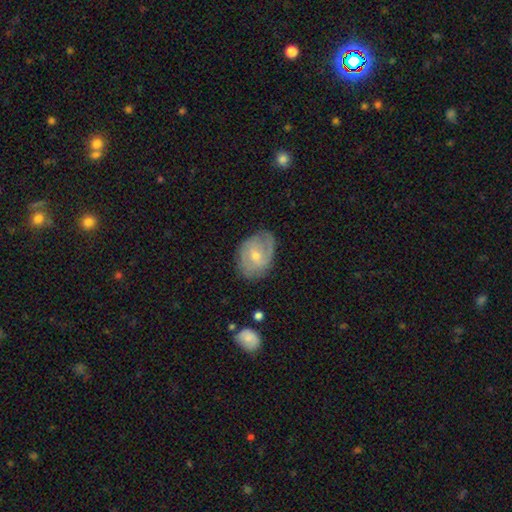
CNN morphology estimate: A featured or disk galaxy (64%) with no bar (46%), spiral arms (81%) and a small central bulge (54%).

Vote fractions:
- Smooth or featured? featured or disk: 64% / smooth: 29% / star or artifact: 7%
- Edge-on disk? no: 96% / yes: 4%
- Bar? no: 46% / weak: 44% / strong: 10%
- Spiral arms? yes: 81% / no: 19%
- Bulge size? small: 54% / moderate: 43% / none: 1% / large: 1% / dominant: 1%
- Merging? none: 65% / minor disturbance: 25% / major disturbance: 9% / merger: 2%